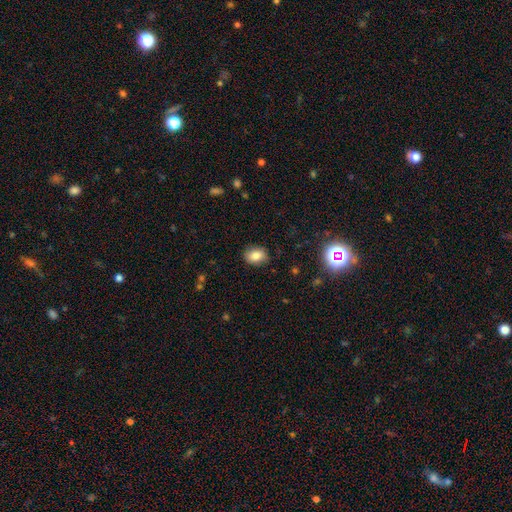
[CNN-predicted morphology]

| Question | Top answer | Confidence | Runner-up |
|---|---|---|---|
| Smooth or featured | smooth | 82% | star or artifact (10%) |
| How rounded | in between | 70% | round (29%) |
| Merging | none | 84% | minor disturbance (12%) |